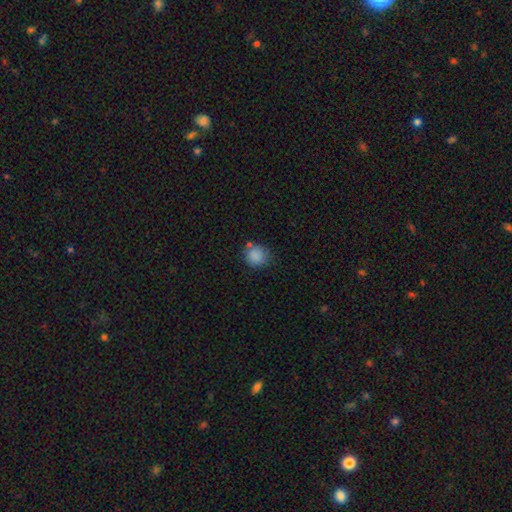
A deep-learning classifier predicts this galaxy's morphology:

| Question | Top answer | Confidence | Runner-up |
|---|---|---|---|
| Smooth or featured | smooth | 86% | star or artifact (9%) |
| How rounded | round | 88% | in between (11%) |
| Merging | none | 73% | minor disturbance (15%) |